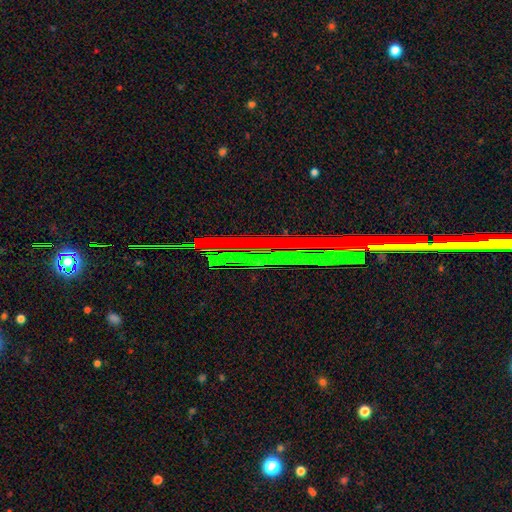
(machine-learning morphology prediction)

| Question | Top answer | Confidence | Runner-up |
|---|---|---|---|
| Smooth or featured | star or artifact | 68% | featured or disk (22%) |